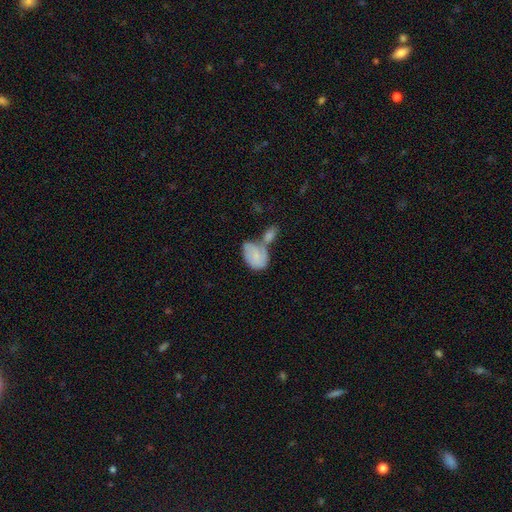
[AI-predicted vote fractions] Smooth or featured: smooth — 64% (featured or disk — 30%)
How rounded: in between — 85% (round — 13%)
Merging: merger — 55% (none — 23%)